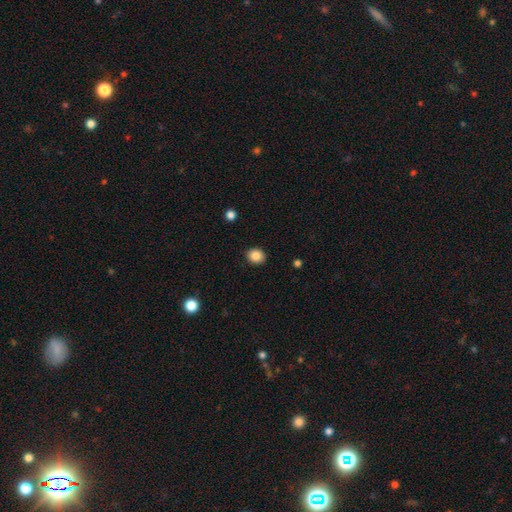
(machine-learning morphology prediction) This is clearly a smooth galaxy (86%). How rounded: possibly round (58%). Merging: clearly none (89%).